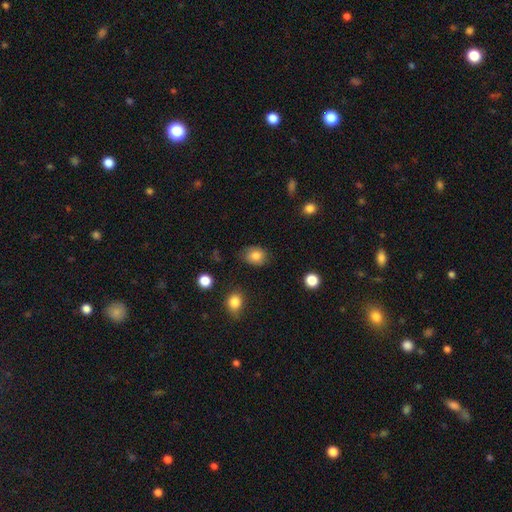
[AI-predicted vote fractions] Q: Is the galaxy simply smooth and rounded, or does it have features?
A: smooth — 82%.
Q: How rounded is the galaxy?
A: round — 57%.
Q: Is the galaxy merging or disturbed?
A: none — 79%.